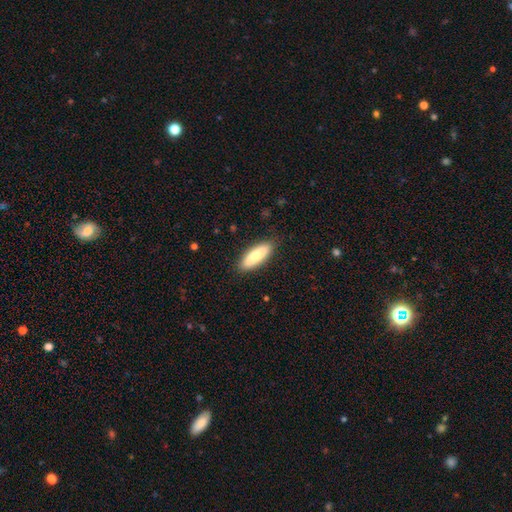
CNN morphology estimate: The model was most divided on "how rounded": in between: 57%, cigar-shaped: 41%, round: 2%. More confident: merging — none (87%); smooth or featured — smooth (78%).